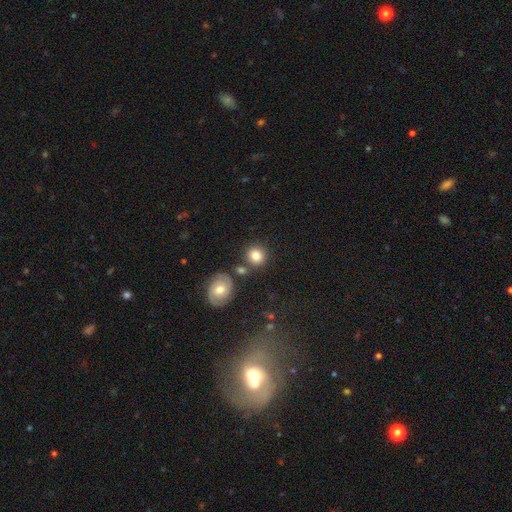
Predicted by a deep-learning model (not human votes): Q: Smooth or featured?
A: smooth (81%); runner-up: featured or disk (10%)
Q: How rounded?
A: round (83%); runner-up: in between (16%)
Q: Merging?
A: none (76%); runner-up: minor disturbance (10%)